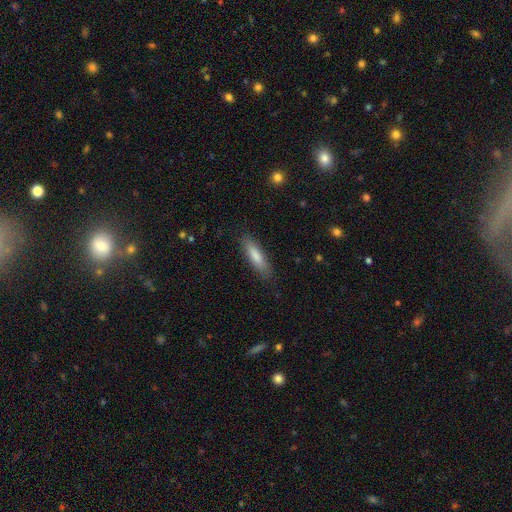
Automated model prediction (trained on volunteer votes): The model was most divided on "how rounded": cigar-shaped: 65%, in between: 34%, round: 1%. More confident: merging — none (86%); smooth or featured — smooth (81%).